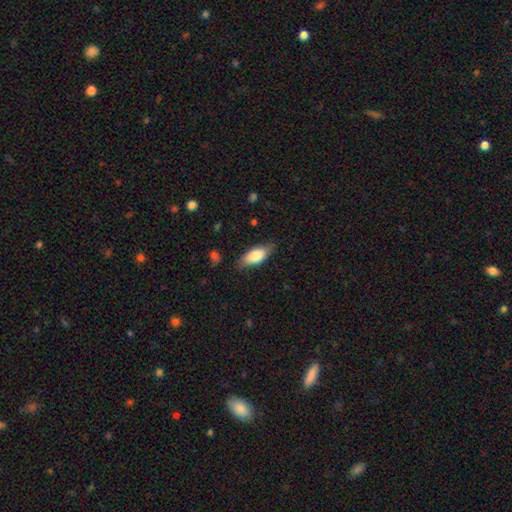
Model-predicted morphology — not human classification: A smooth galaxy with no disk features (79%) that is in between round and cigar-shaped (83%).

Vote fractions:
- Smooth or featured? smooth: 79% / featured or disk: 15% / star or artifact: 6%
- How rounded? in between: 83% / cigar-shaped: 15% / round: 2%
- Merging? none: 79% / minor disturbance: 16% / major disturbance: 3% / merger: 1%